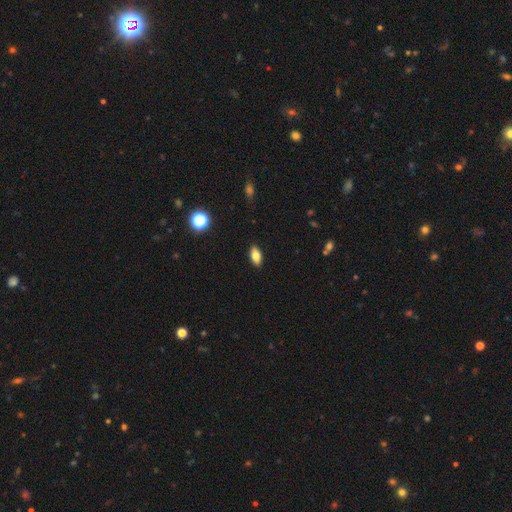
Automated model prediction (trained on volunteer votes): Overall: smooth (77%). How rounded: in between (88%). Merging: none (89%).